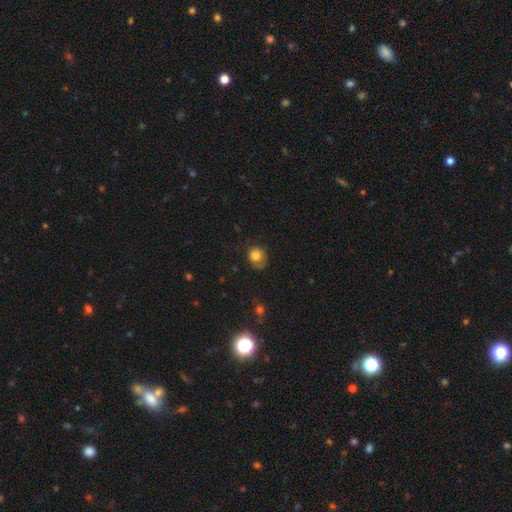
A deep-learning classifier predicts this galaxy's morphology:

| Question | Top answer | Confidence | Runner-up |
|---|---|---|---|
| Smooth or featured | smooth | 80% | star or artifact (10%) |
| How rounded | round | 74% | in between (25%) |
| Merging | none | 61% | minor disturbance (27%) |